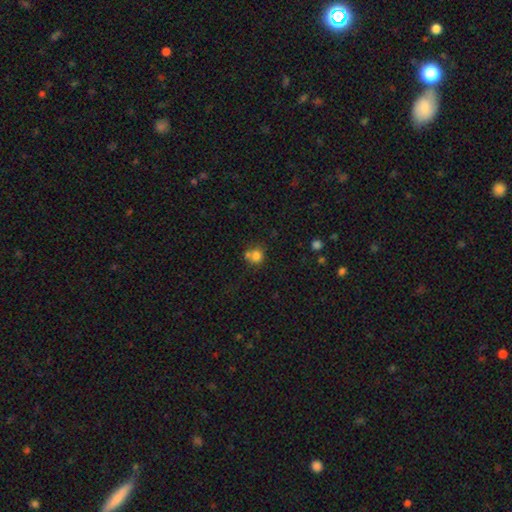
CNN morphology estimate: Overall: smooth (78%). How rounded: round (83%). Merging: none (49%; merger 34%).